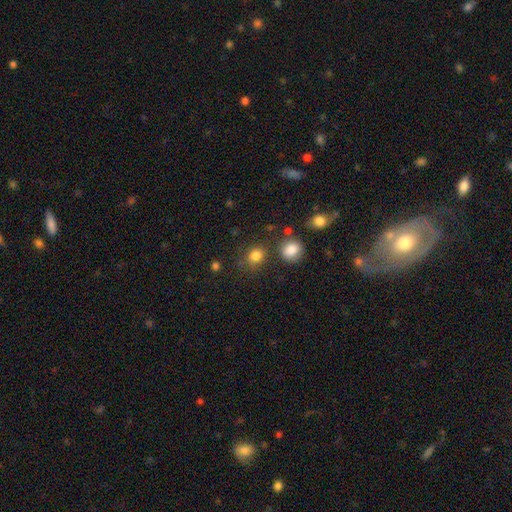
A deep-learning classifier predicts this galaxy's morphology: The model was most divided on "how rounded": round: 75%, in between: 24%, cigar-shaped: 1%. More confident: smooth or featured — smooth (82%); merging — none (74%).